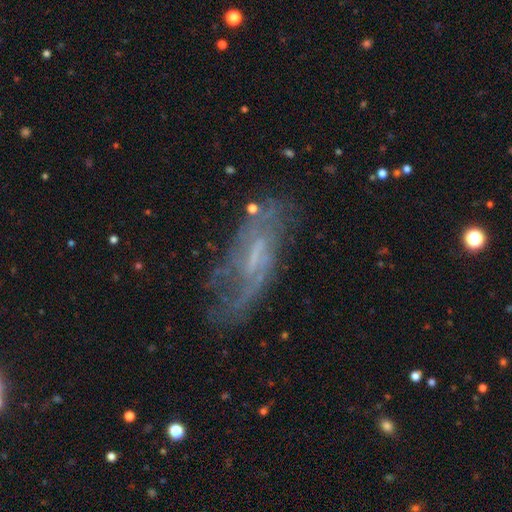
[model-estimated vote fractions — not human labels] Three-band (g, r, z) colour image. It shows a featured or disk galaxy (72%) with a weak bar (46%), spiral arms (73%) and no central bulge (47%). Merging: none (57%).